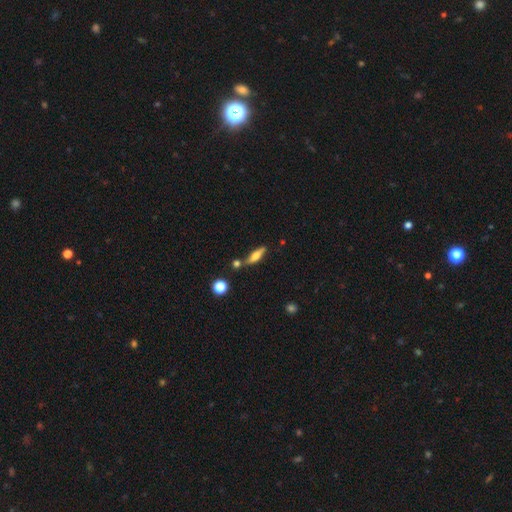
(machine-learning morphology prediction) smooth 48%, featured or disk 43%, star or artifact 9%. Down the decision tree: merging — none (66%).